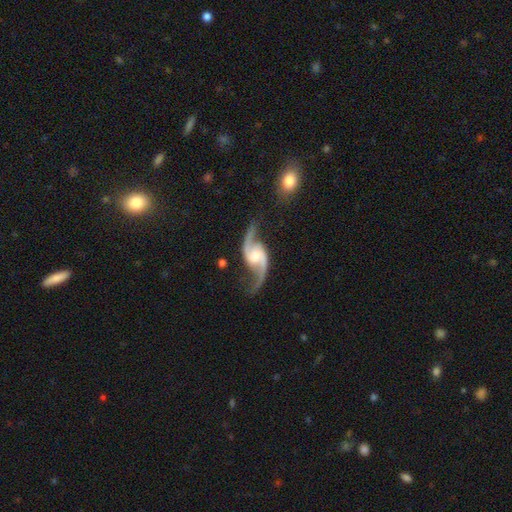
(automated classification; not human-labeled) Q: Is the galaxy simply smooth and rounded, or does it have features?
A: featured or disk — 93%.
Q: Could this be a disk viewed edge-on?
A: no — 97%.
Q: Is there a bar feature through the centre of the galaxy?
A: no — 48%.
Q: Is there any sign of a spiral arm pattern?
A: yes — 98%.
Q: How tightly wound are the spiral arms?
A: loose — 71%.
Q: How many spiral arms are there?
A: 2 — 95%.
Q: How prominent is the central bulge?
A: moderate — 38%.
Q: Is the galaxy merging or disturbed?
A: none — 76%.